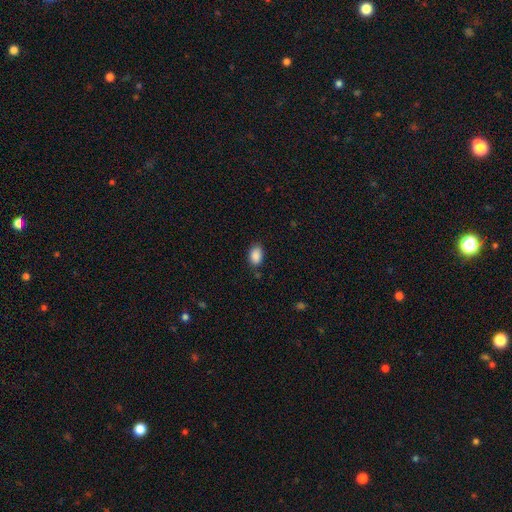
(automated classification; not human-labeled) smooth 89%, star or artifact 8%, featured or disk 3%. Down the decision tree: how rounded — in between (87%); merging — none (82%).